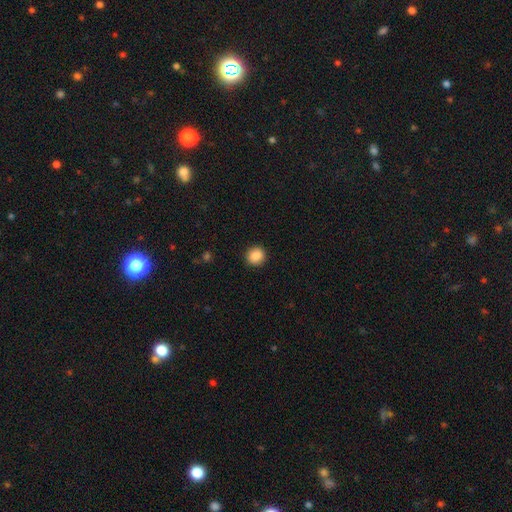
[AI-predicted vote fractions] This is clearly a smooth galaxy (88%). How rounded: clearly round (89%). Merging: clearly none (92%).